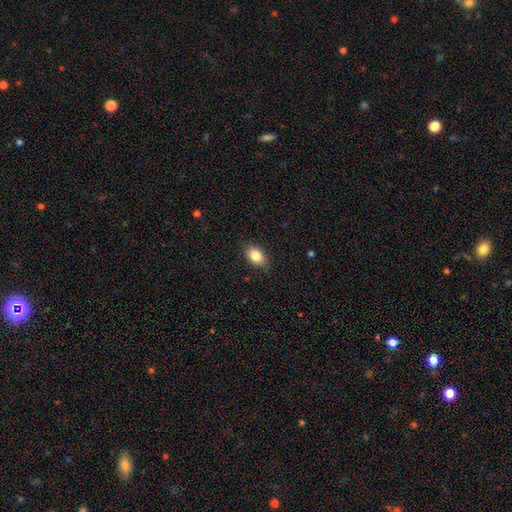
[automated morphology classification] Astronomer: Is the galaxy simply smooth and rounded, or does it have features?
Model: smooth — 83%.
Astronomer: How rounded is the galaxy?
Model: in between — 84%.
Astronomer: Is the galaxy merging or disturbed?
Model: none — 83%.